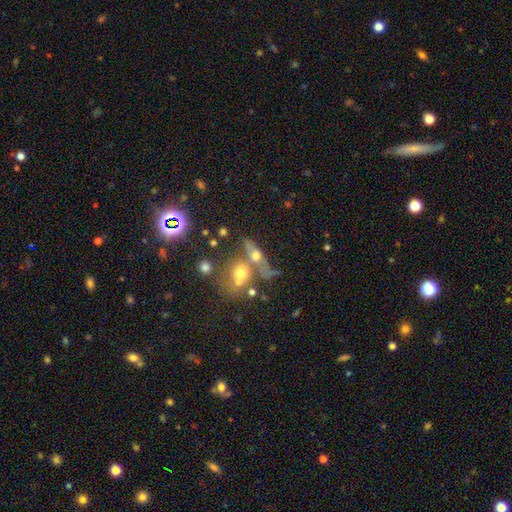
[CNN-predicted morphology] This is possibly a smooth galaxy (46%). Merging: marginally merger (44%).